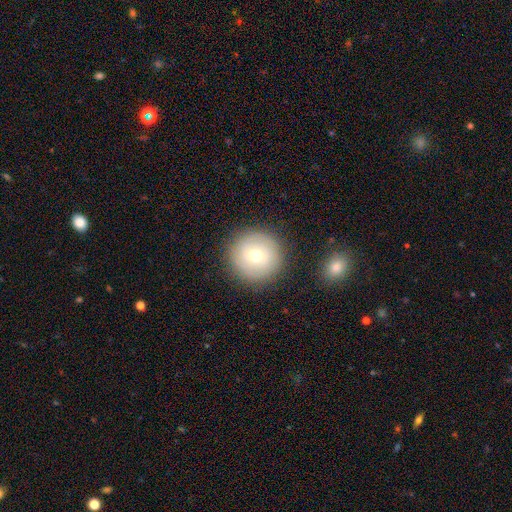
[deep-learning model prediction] Smooth or featured?
  - smooth: 59% *
  - featured or disk: 32%
  - star or artifact: 9%
How rounded?
  - round: 96% *
  - in between: 3%
  - cigar-shaped: 1%
Merging?
  - none: 88% *
  - minor disturbance: 8%
  - major disturbance: 3%
  - merger: 2%